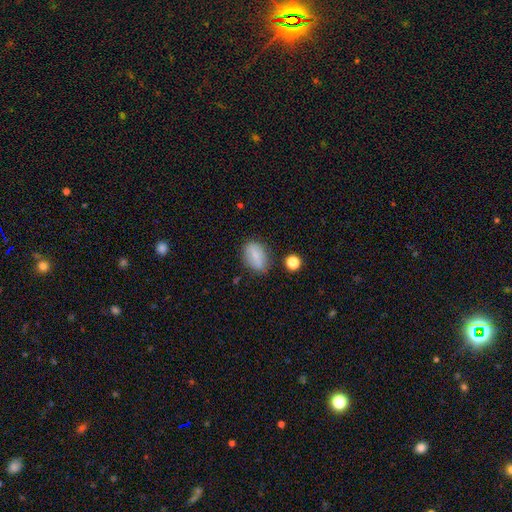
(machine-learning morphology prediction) Smooth or featured: smooth — 71% (featured or disk — 20%)
How rounded: in between — 85% (round — 11%)
Merging: none — 75% (minor disturbance — 17%)